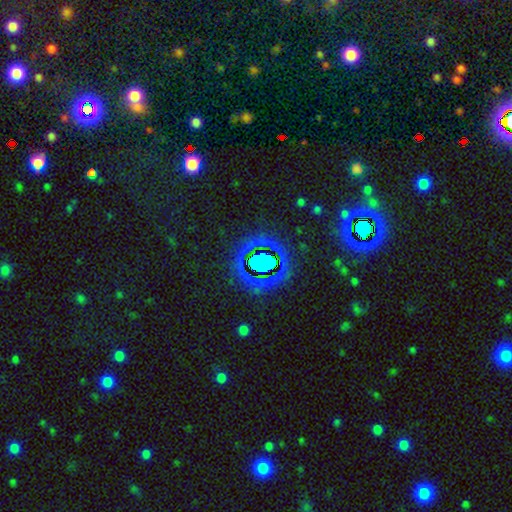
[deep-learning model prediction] Morphology: type=star or artifact (79%).